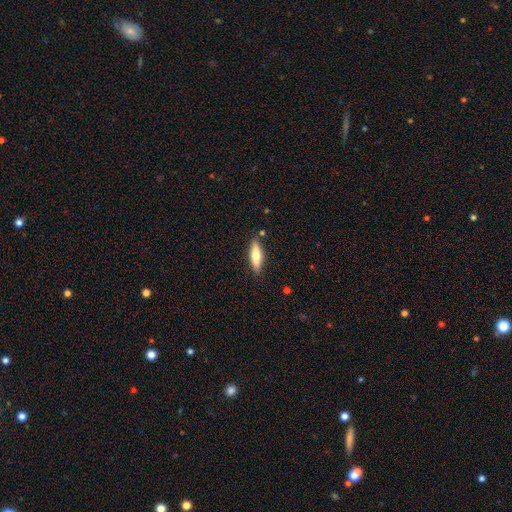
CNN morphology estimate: A smooth galaxy with no disk features (66%) that is cigar-shaped (55%). Merging: none (85%).